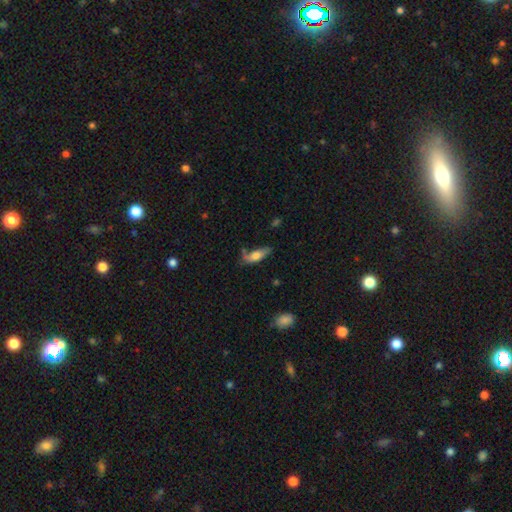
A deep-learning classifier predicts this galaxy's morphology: Smooth or featured?
  - smooth: 64% *
  - featured or disk: 29%
  - star or artifact: 7%
How rounded?
  - in between: 63% *
  - cigar-shaped: 34%
  - round: 3%
Merging?
  - none: 52% *
  - minor disturbance: 28%
  - major disturbance: 11%
  - merger: 9%